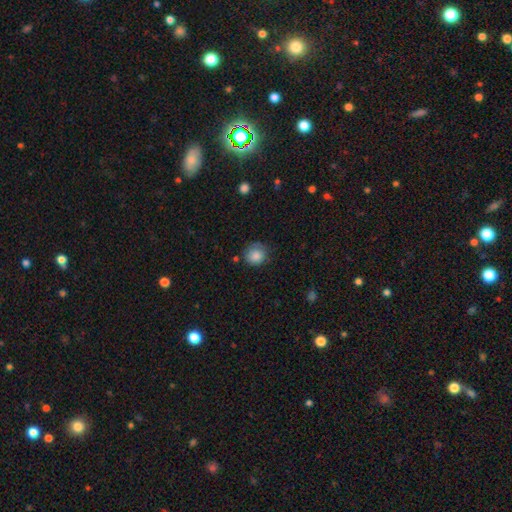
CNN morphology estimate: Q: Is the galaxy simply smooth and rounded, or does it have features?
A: smooth — 84%.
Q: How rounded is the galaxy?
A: round — 84%.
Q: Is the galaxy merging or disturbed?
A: none — 66%.